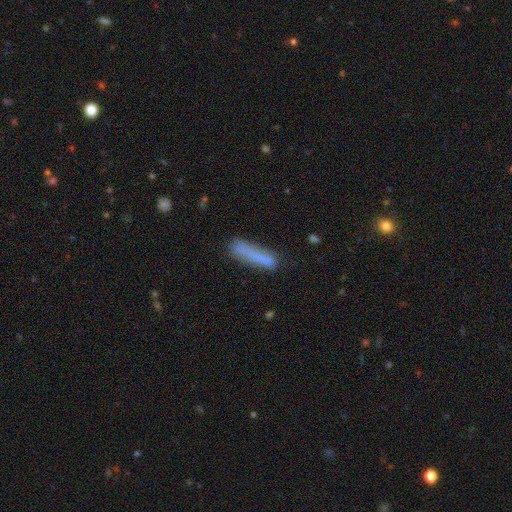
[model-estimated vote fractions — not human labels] smooth-or-featured: smooth: 76% | featured or disk: 15% | star or artifact: 8%
  how-rounded: cigar-shaped: 89% | in between: 9% | round: 2%
  merging: none: 69% | minor disturbance: 20% | major disturbance: 7% | merger: 5%